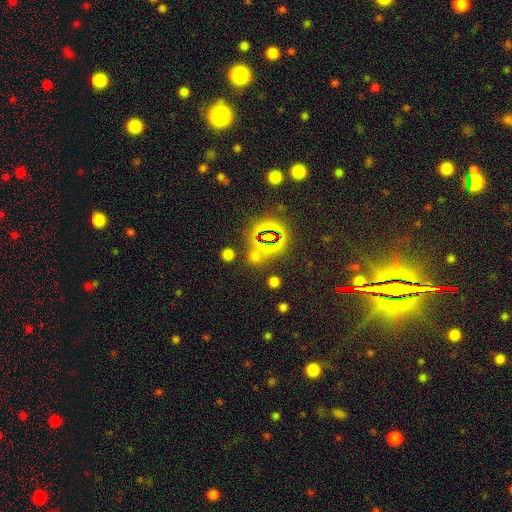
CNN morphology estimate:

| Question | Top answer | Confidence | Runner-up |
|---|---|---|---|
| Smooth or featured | star or artifact | 51% | smooth (42%) |